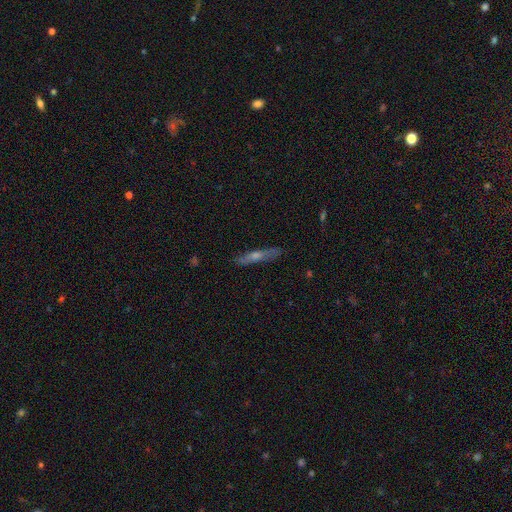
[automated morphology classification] This is possibly a featured or disk galaxy (55%). It is clearly viewed edge-on (88%). Merging: clearly none (86%).